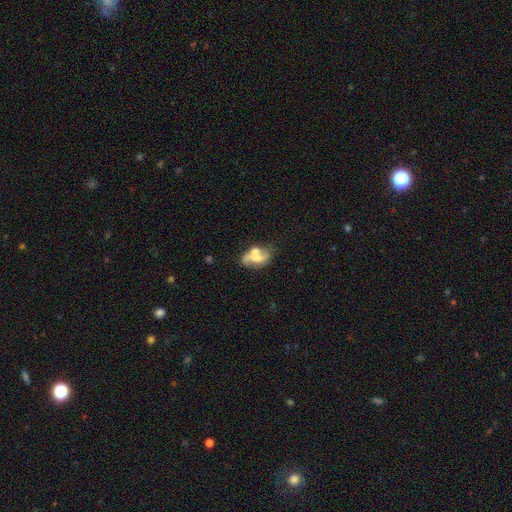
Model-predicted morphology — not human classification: The model was most divided on "merging": none: 38%, merger: 30%, minor disturbance: 19%, major disturbance: 13%. Remaining: edge-on disk — no (95%); spiral arms — yes (63%); smooth or featured — featured or disk (59%); bar — no (59%); bulge size — moderate (41%).